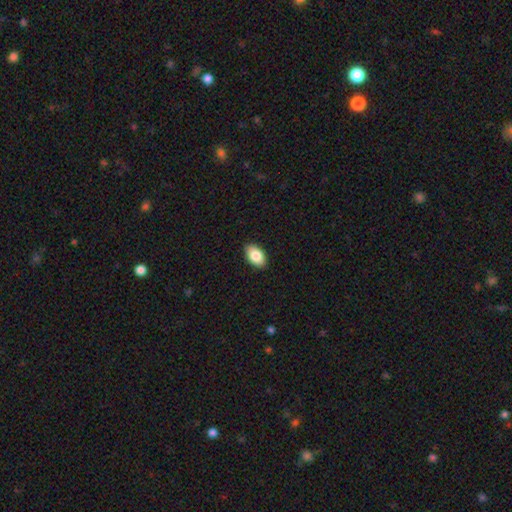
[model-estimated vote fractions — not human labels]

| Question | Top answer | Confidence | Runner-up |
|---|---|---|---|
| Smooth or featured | smooth | 85% | featured or disk (8%) |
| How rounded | in between | 93% | round (6%) |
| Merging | none | 89% | minor disturbance (8%) |